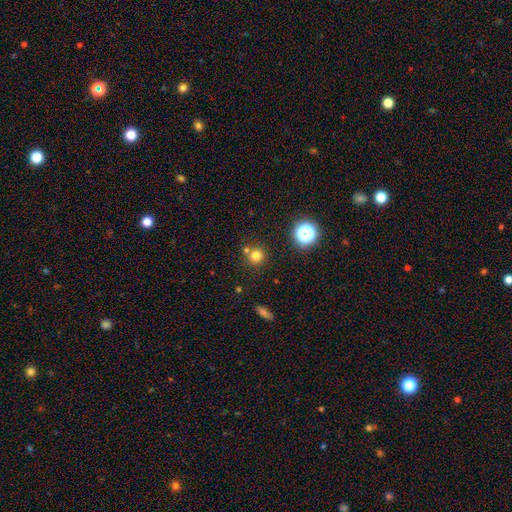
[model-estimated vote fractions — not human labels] Smooth or featured? smooth (74%)
How rounded? round (92%)
Merging? none (70%)